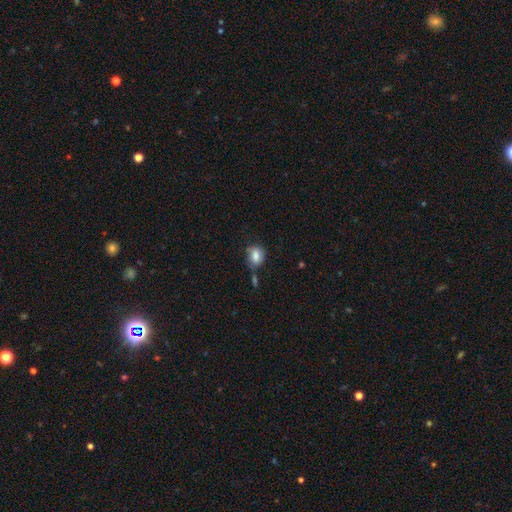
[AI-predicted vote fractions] Smooth or featured? Predicted: smooth (p=0.81). How rounded? Predicted: in between (p=0.50). Merging? Predicted: none (p=0.57).